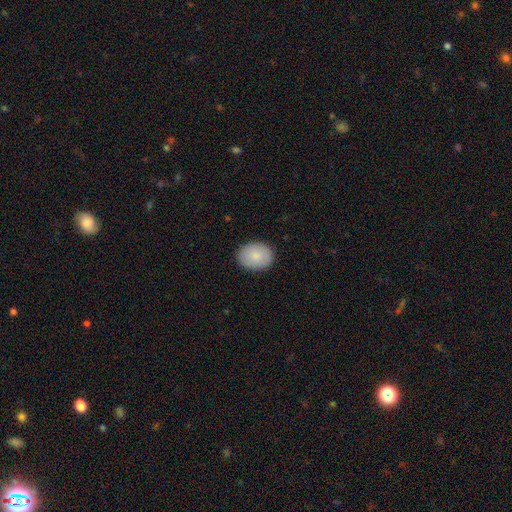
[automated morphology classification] smooth_or_featured: smooth (p=0.85) [alt: featured or disk p=0.09]
how_rounded: in between (p=0.61) [alt: round p=0.38]
merging: none (p=0.88) [alt: minor disturbance p=0.09]